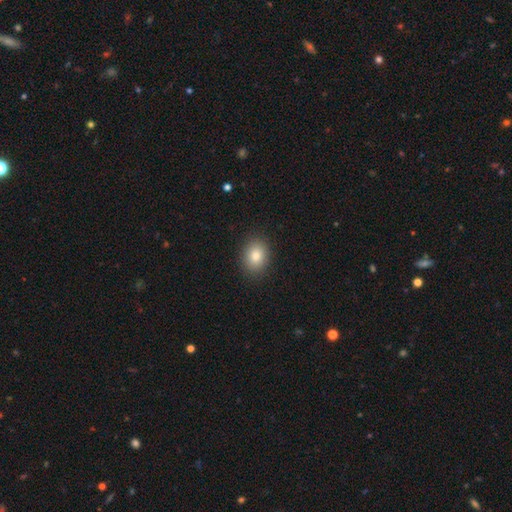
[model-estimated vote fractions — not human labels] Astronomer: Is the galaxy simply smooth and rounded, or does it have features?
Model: smooth — 82%.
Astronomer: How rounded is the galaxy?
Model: in between — 63%.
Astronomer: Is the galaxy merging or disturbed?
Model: none — 90%.